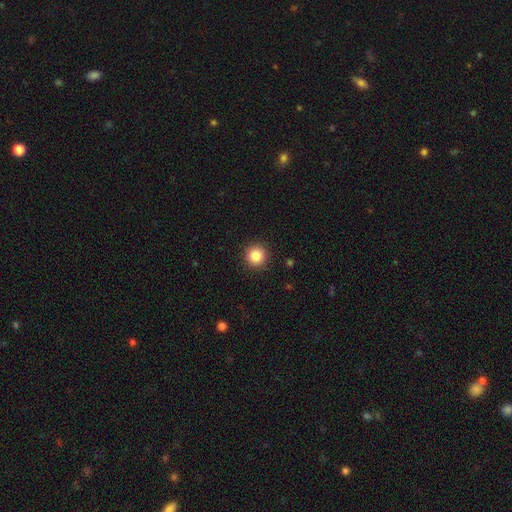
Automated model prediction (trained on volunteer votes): This appears to be a smooth galaxy with no disk features (85%) that is round (95%). Merging: none (92%).